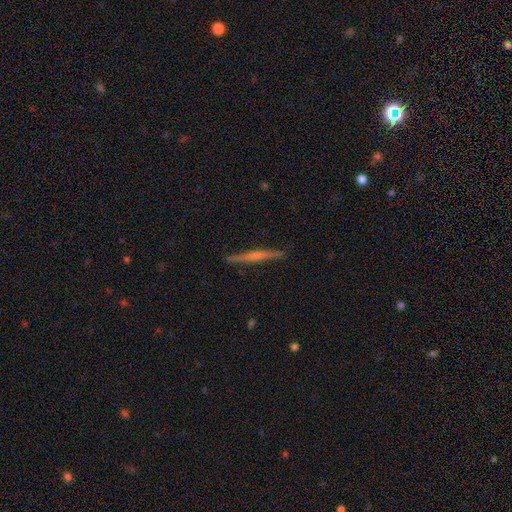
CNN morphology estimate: Q: Smooth or featured?
A: featured or disk (55%); runner-up: smooth (39%)
Q: Edge-on disk?
A: yes (97%); runner-up: no (3%)
Q: Edge-on bulge?
A: none (54%); runner-up: rounded (29%)
Q: Merging?
A: none (90%); runner-up: minor disturbance (7%)